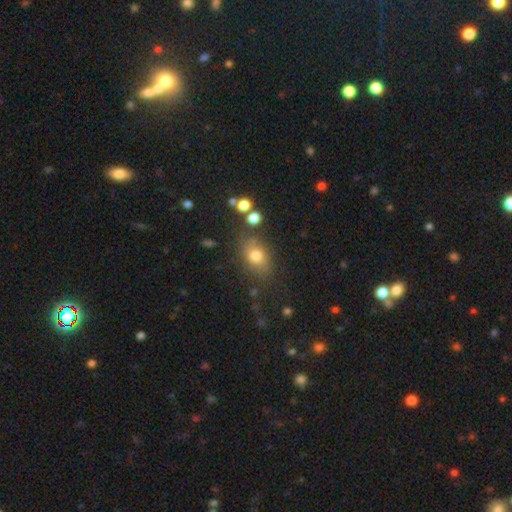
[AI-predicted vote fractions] Morphology: type=smooth (75%); roundness=in between (75%); merging=none (74%).